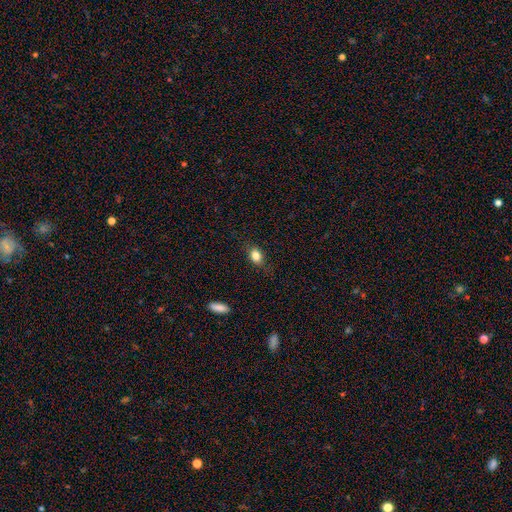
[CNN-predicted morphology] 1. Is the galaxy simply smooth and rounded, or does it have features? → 82% smooth, 10% star or artifact, 9% featured or disk.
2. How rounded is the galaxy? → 68% in between, 28% round, 3% cigar-shaped.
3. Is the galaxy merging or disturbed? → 78% none, 16% minor disturbance, 5% major disturbance, 1% merger.